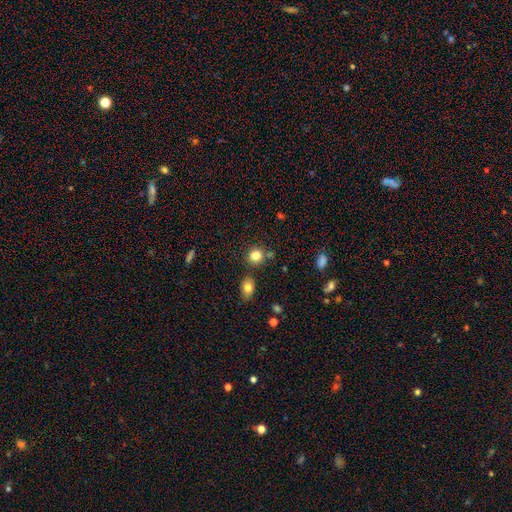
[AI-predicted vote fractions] Q: Smooth or featured?
A: smooth (84%); runner-up: star or artifact (11%)
Q: How rounded?
A: round (80%); runner-up: in between (19%)
Q: Merging?
A: none (76%); runner-up: minor disturbance (11%)